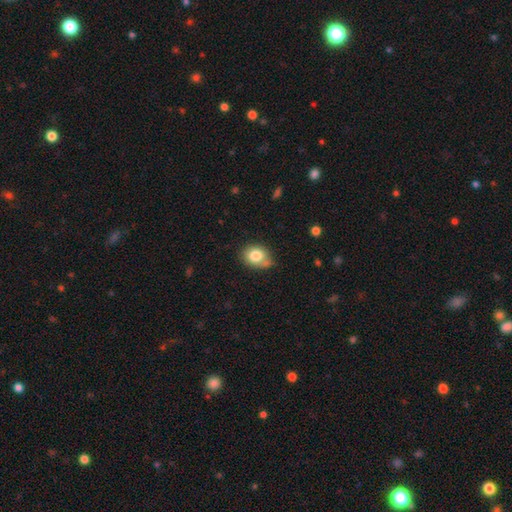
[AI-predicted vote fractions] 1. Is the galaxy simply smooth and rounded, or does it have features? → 81% smooth, 10% featured or disk, 9% star or artifact.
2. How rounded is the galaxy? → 50% in between, 49% round, 1% cigar-shaped.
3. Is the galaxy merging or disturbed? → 61% none, 25% minor disturbance, 8% merger, 5% major disturbance.